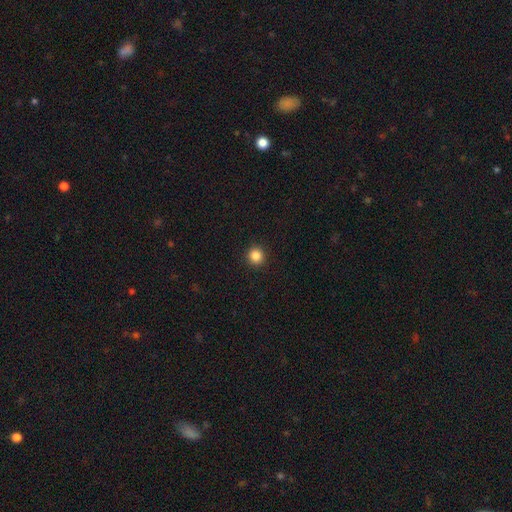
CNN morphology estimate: smooth-or-featured: smooth: 85% | star or artifact: 11% | featured or disk: 4%
  how-rounded: round: 94% | in between: 5% | cigar-shaped: 1%
  merging: none: 93% | minor disturbance: 4% | major disturbance: 2% | merger: 1%